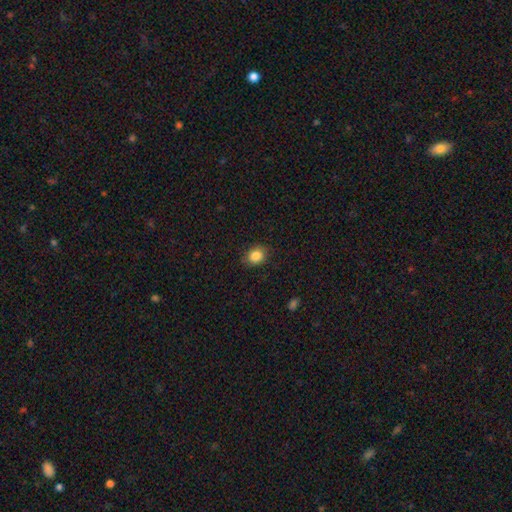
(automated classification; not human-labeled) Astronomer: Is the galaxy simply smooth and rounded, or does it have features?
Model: smooth — 86%.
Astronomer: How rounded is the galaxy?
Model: in between — 55% (runner-up: round, 44%).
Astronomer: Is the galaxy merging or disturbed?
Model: none — 85%.